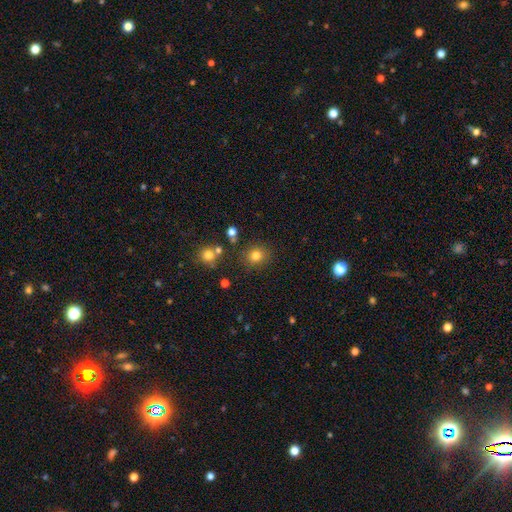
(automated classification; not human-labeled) The model was most divided on "how rounded": round: 80%, in between: 19%, cigar-shaped: 1%. More confident: merging — none (83%); smooth or featured — smooth (80%).